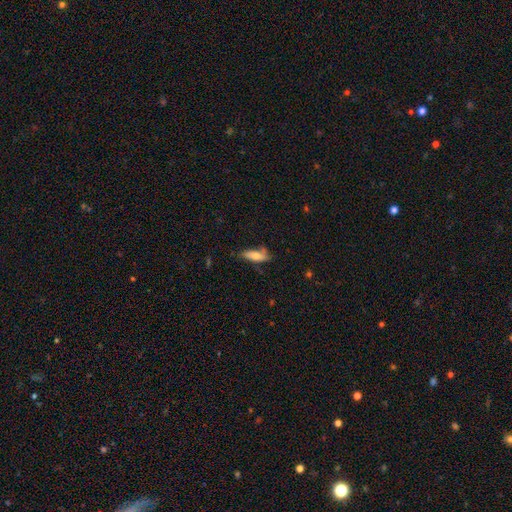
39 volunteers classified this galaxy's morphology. Overall: smooth (72%). How rounded: in between (68%; cigar-shaped 32%). Merging: none (70%).